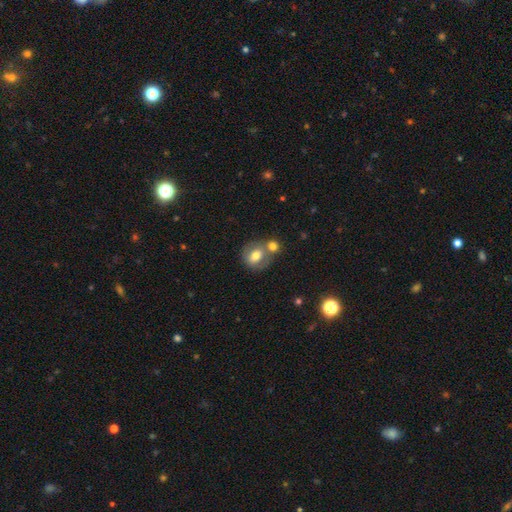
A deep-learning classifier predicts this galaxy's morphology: This appears to be a smooth galaxy with no disk features (70%) that is round (60%). Merging: merger (42%, tied with none).